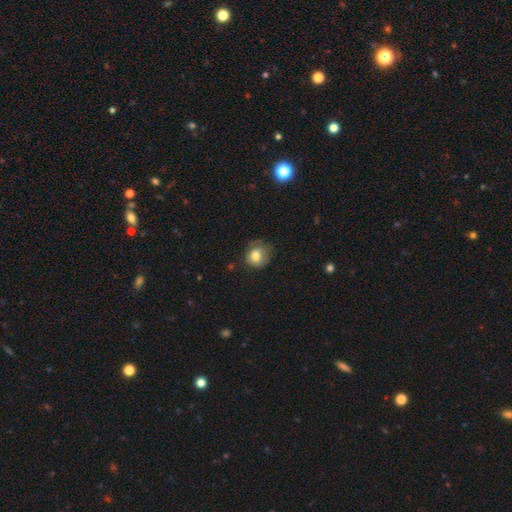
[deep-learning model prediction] The model was most divided on "merging": none: 54%, minor disturbance: 29%, major disturbance: 15%, merger: 2%. More confident: smooth or featured — smooth (77%); how rounded — round (69%).